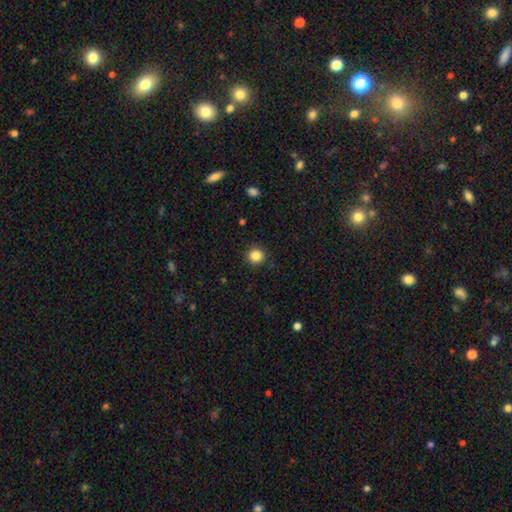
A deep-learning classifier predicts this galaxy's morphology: Q: Smooth or featured?
A: smooth (85%); runner-up: star or artifact (11%)
Q: How rounded?
A: round (93%); runner-up: in between (6%)
Q: Merging?
A: none (91%); runner-up: minor disturbance (6%)